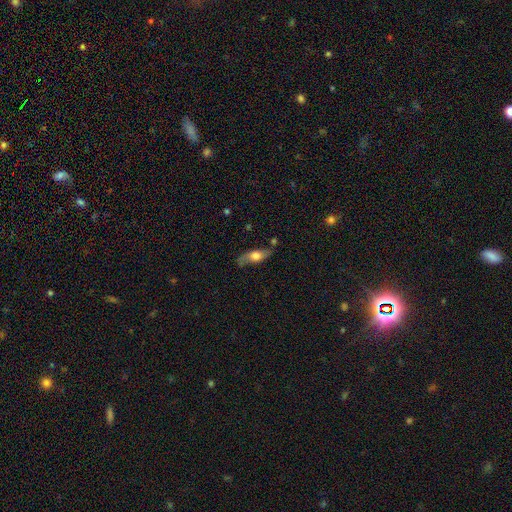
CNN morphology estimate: This is possibly a smooth galaxy (50%). How rounded: possibly in between (58%). Merging: likely none (68%).